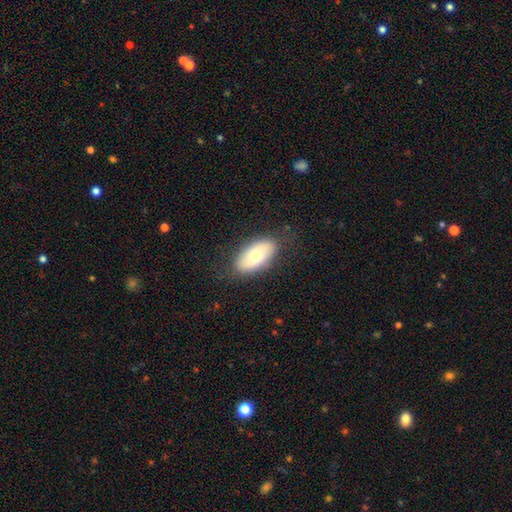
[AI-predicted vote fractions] Morphology: type=smooth (68%); roundness=in between (93%); merging=none (80%).